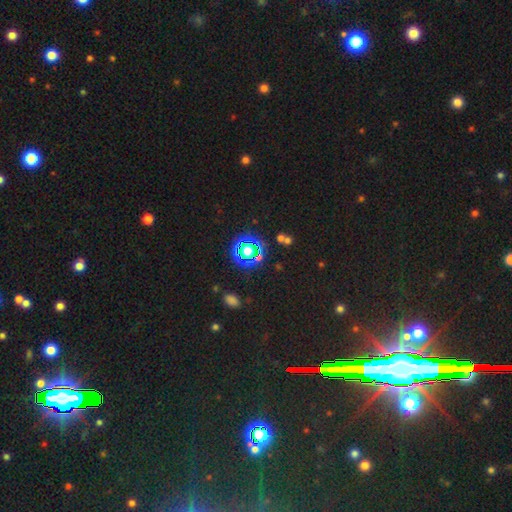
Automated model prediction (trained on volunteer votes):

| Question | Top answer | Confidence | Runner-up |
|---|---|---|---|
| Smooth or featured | star or artifact | 72% | smooth (20%) |